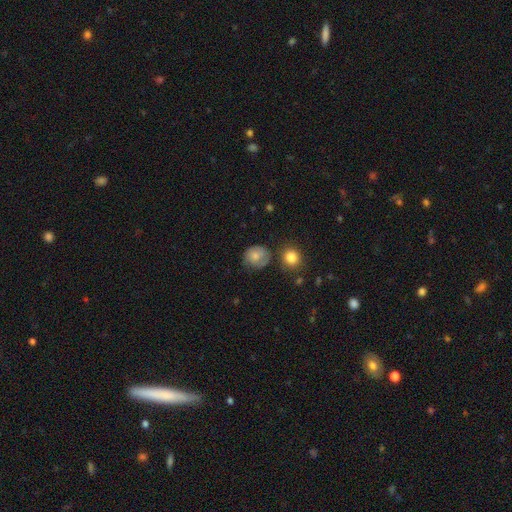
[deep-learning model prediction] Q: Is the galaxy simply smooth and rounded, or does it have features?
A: smooth — 73%.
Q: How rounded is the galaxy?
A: round — 80%.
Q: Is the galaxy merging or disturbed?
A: none — 62%.